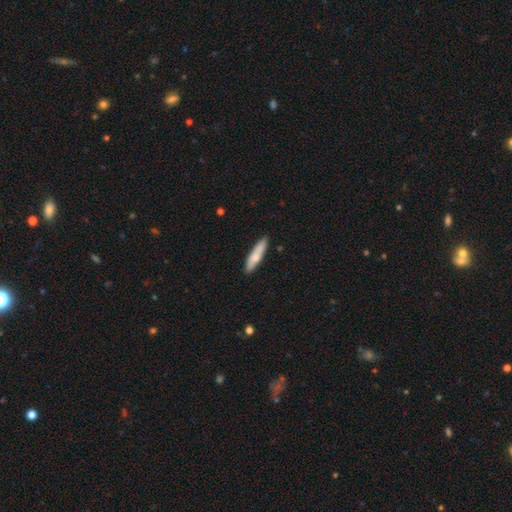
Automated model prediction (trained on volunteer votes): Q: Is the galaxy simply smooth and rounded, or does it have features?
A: smooth — 72%.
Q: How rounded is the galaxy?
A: cigar-shaped — 83%.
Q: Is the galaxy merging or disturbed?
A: none — 88%.